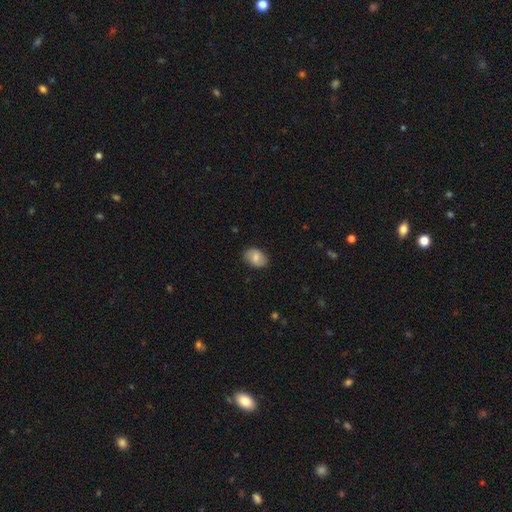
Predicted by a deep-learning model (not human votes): Overall: smooth (65%; featured or disk 26%). How rounded: in between (78%). Merging: none (84%).